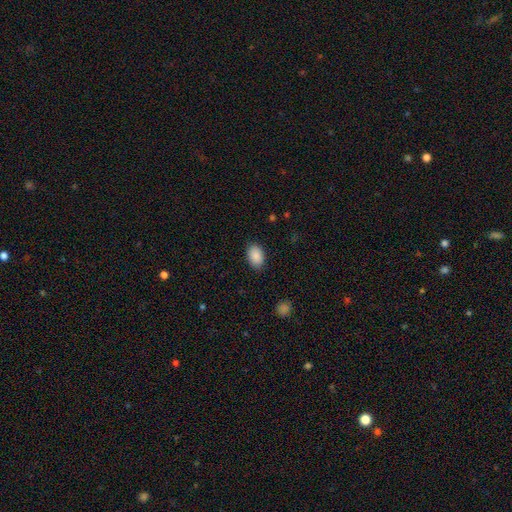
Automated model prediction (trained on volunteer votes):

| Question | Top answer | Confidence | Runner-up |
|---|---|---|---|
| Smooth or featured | smooth | 90% | star or artifact (7%) |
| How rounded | in between | 88% | round (11%) |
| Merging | none | 88% | minor disturbance (9%) |